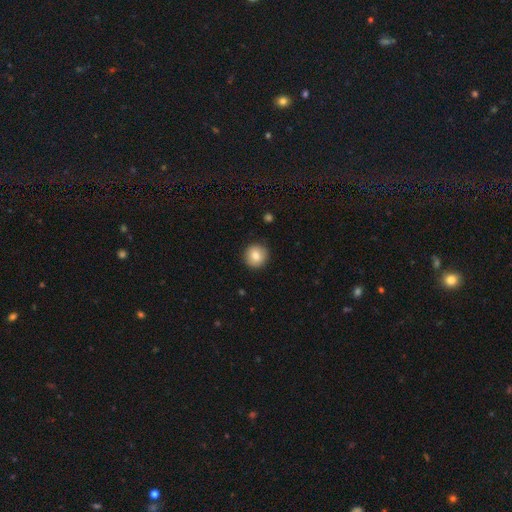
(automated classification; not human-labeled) A smooth galaxy with no disk features (84%) that is round (93%). Merging: none (90%).